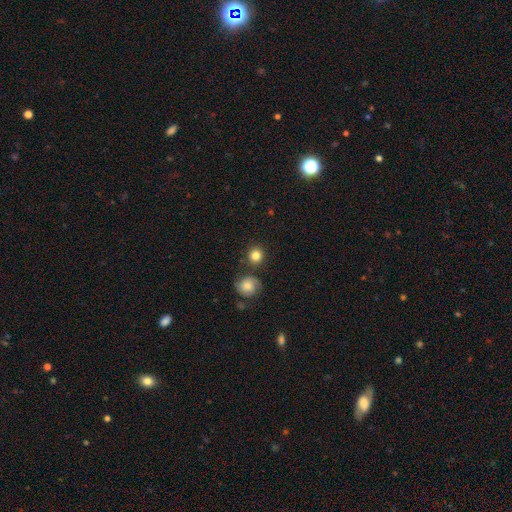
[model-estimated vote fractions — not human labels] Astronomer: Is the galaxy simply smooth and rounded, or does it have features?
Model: smooth — 83%.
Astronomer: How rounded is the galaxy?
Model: round — 90%.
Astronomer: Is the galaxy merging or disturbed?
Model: none — 81%.